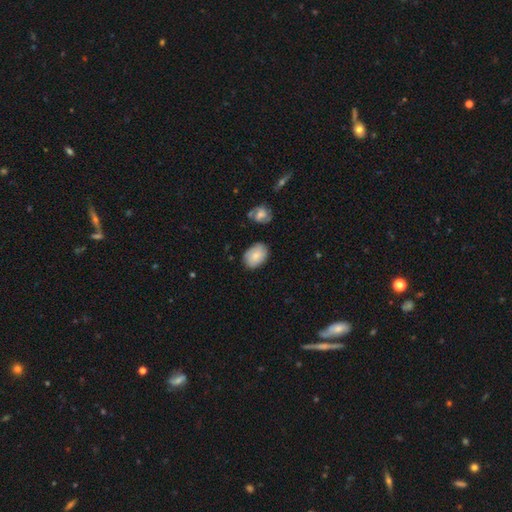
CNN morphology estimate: type=smooth (76%); roundness=in between (77%); merging=none (75%).